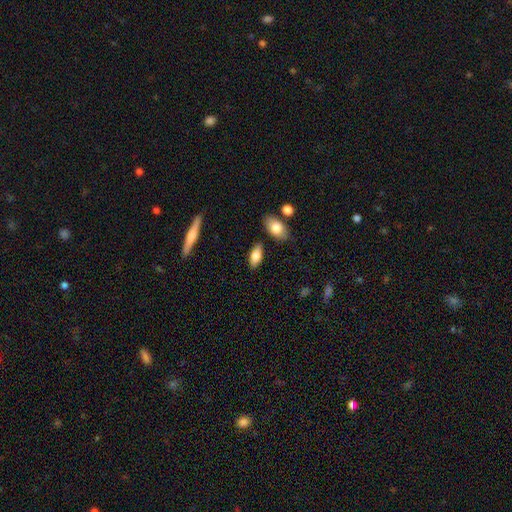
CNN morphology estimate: type=smooth (74%); roundness=in between (82%); merging=none (83%).